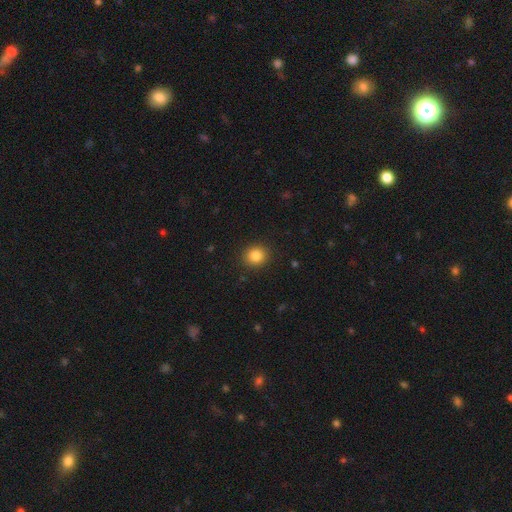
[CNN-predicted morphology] Smooth or featured? smooth (84%)
How rounded? round (87%)
Merging? none (90%)